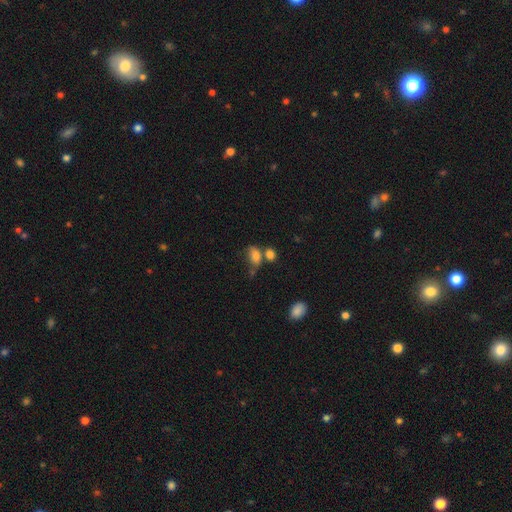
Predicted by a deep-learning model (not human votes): Morphology: type=smooth (81%); roundness=in between (84%); merging=none (39%).